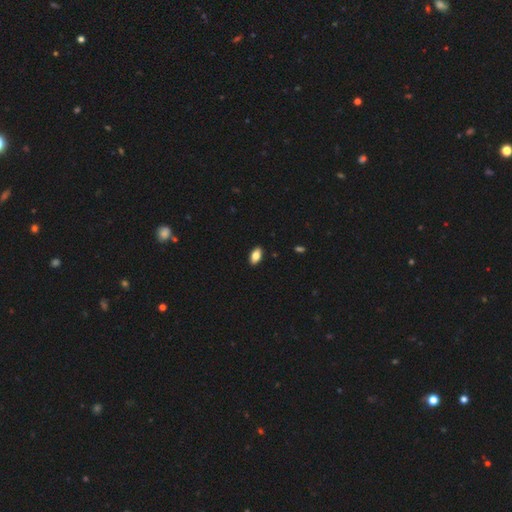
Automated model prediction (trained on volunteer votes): smooth 84%, featured or disk 9%, star or artifact 7%. Down the decision tree: how rounded — in between (93%); merging — none (90%).